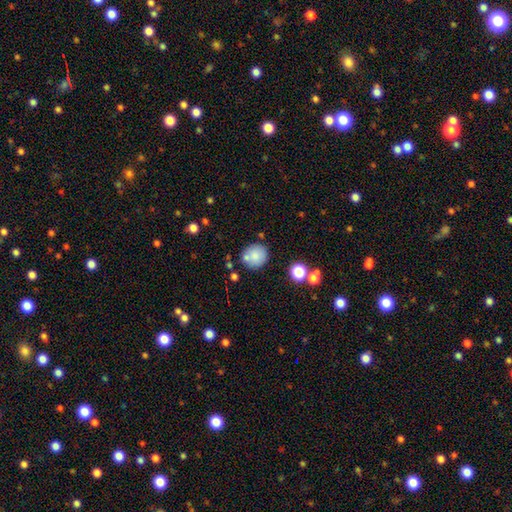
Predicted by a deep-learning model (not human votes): A smooth galaxy with no disk features (80%) that is round (89%). Merging: none (73%).